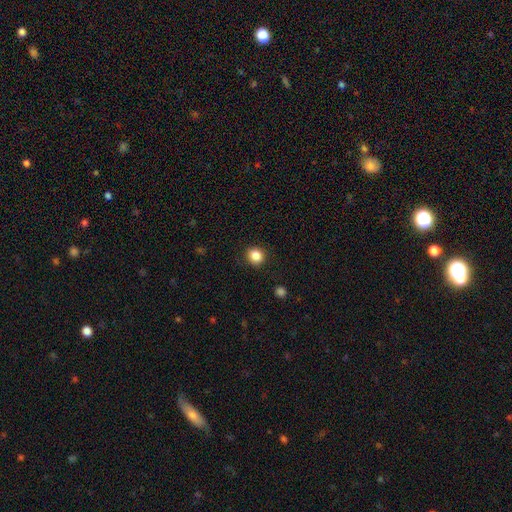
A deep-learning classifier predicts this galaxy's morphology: smooth_or_featured: smooth (p=0.86) [alt: star or artifact p=0.10]
how_rounded: round (p=0.87) [alt: in between p=0.12]
merging: none (p=0.90) [alt: minor disturbance p=0.06]